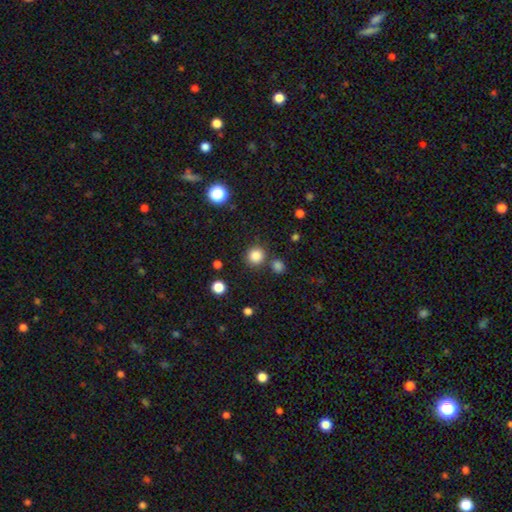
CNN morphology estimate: A smooth galaxy with no disk features (84%) that is round (93%). Merging: none (81%).